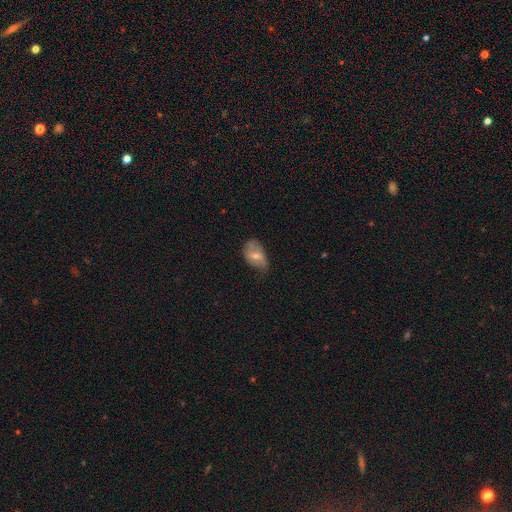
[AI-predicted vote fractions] Morphology: type=smooth (57%); roundness=in between (89%); merging=none (45%).